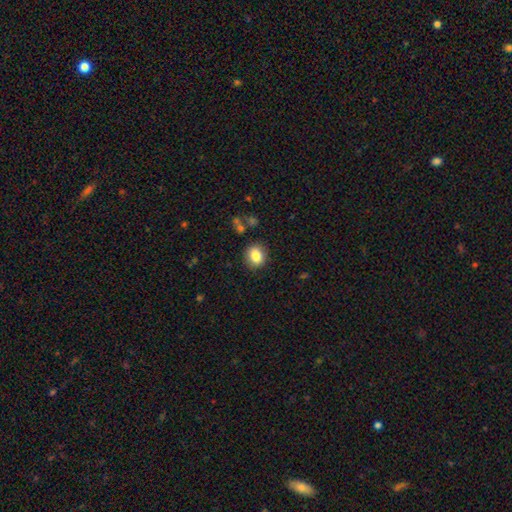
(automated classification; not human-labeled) A smooth galaxy with no disk features (83%) that is round (64%). Merging: none (86%).